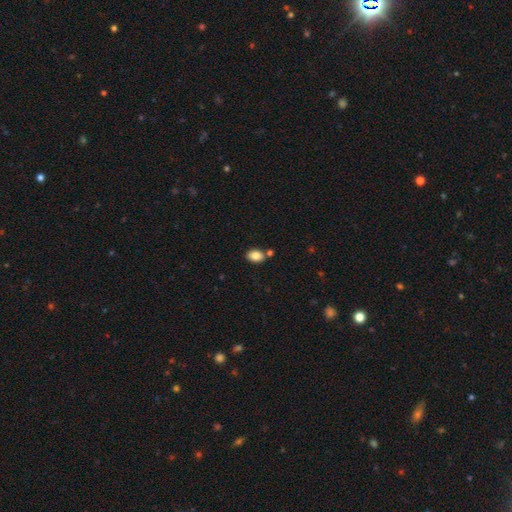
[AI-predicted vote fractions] This appears to be a smooth galaxy with no disk features (84%) that is in between round and cigar-shaped (83%). Merging: none (74%).